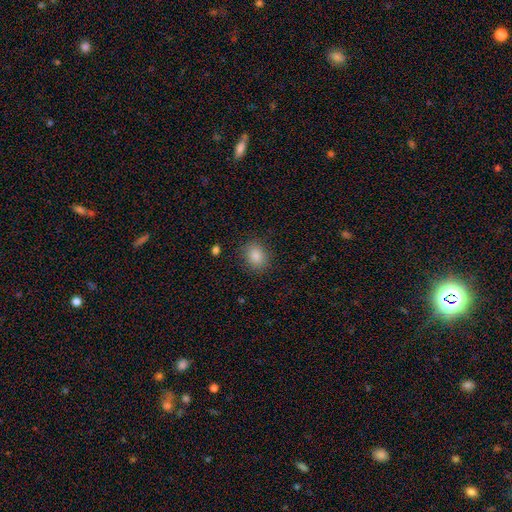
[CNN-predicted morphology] smooth-or-featured: smooth: 84% | star or artifact: 11% | featured or disk: 5%
  how-rounded: round: 51% | in between: 48% | cigar-shaped: 1%
  merging: none: 87% | minor disturbance: 9% | major disturbance: 3% | merger: 1%